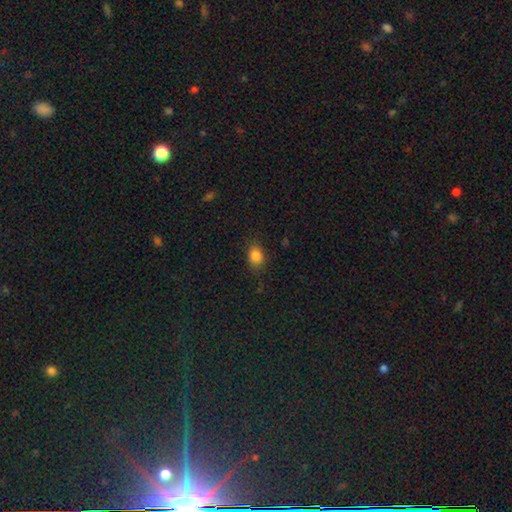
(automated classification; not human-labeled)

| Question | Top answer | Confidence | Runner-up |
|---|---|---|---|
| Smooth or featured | smooth | 83% | star or artifact (11%) |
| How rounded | in between | 61% | round (38%) |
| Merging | none | 82% | minor disturbance (14%) |